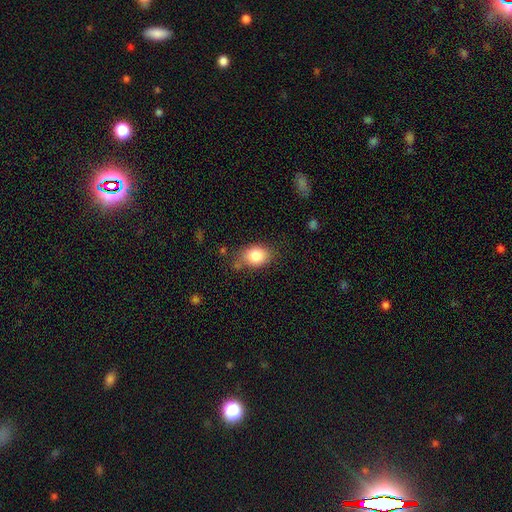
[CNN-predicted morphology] Overall: smooth (82%). How rounded: in between (68%; round 31%). Merging: none (72%).